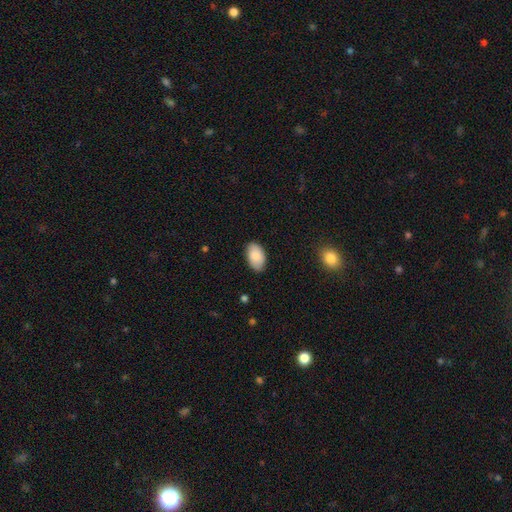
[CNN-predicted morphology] Q: Smooth or featured?
A: smooth (85%); runner-up: featured or disk (9%)
Q: How rounded?
A: in between (94%); runner-up: round (5%)
Q: Merging?
A: none (86%); runner-up: minor disturbance (11%)